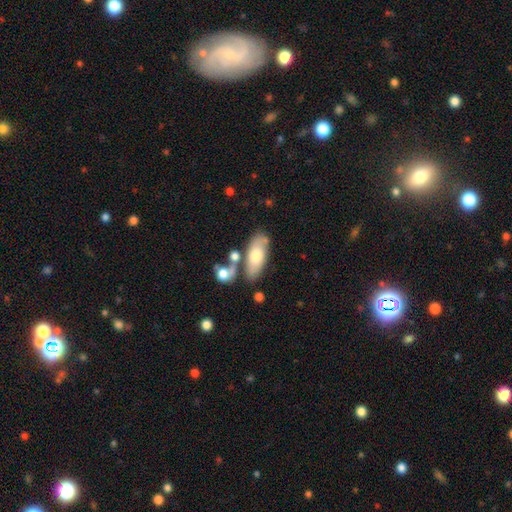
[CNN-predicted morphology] The model was most divided on "smooth or featured": smooth: 65%, featured or disk: 29%, star or artifact: 6%. More confident: how rounded — in between (84%); merging — none (64%).